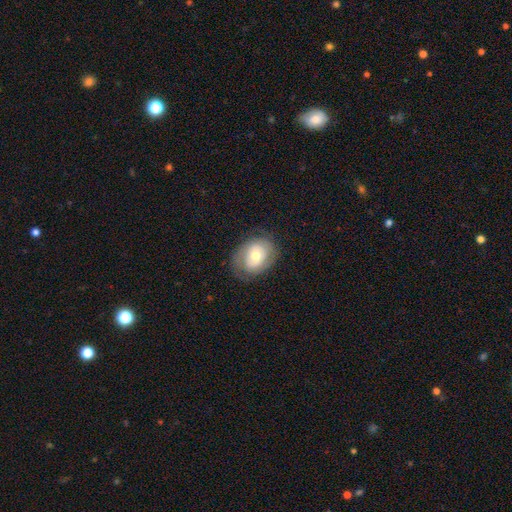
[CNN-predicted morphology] smooth-or-featured: featured or disk: 47% | smooth: 46% | star or artifact: 8%
  merging: none: 73% | minor disturbance: 18% | major disturbance: 8% | merger: 1%